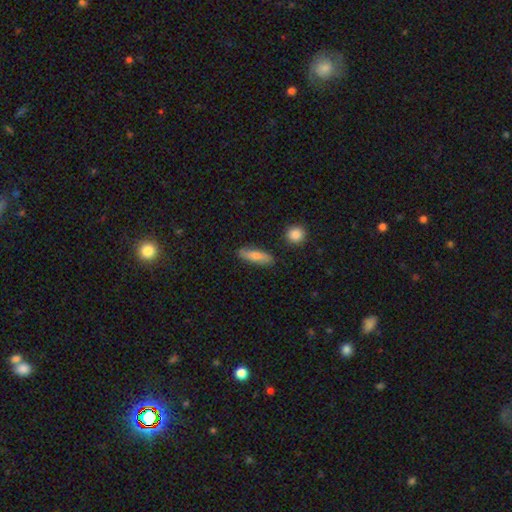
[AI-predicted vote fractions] This appears to be a smooth galaxy with no disk features (69%) that is cigar-shaped (49%). Merging: none (84%).